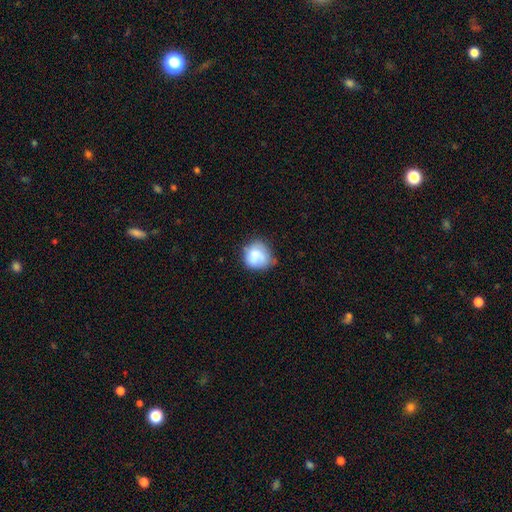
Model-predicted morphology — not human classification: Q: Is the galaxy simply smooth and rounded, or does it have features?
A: smooth — 76%.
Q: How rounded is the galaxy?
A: round — 78%.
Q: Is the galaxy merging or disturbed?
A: none — 52%.